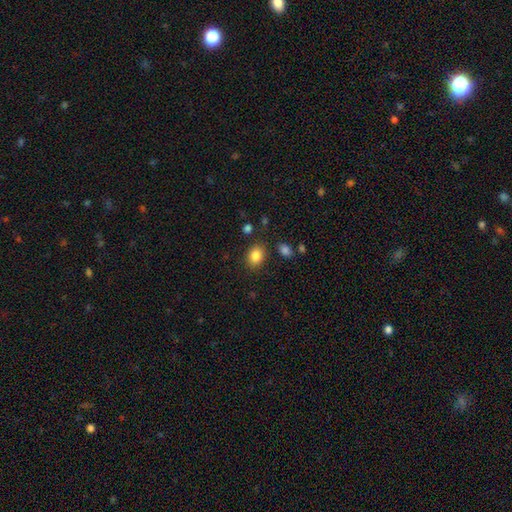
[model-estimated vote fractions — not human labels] Smooth or featured? smooth (85%)
How rounded? in between (63%)
Merging? none (84%)